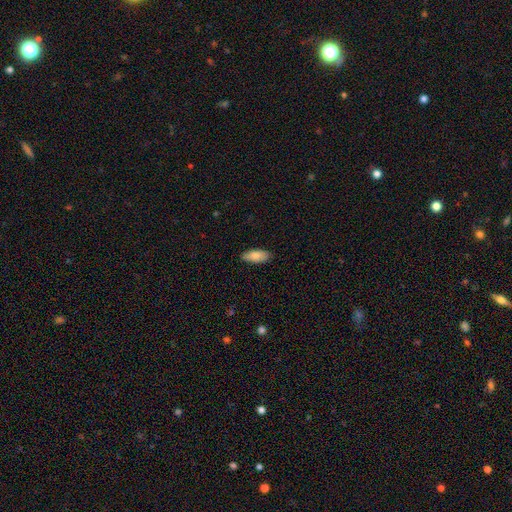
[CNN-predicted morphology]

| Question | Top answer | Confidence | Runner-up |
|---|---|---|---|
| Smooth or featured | smooth | 81% | featured or disk (13%) |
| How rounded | in between | 82% | cigar-shaped (16%) |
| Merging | none | 87% | minor disturbance (10%) |